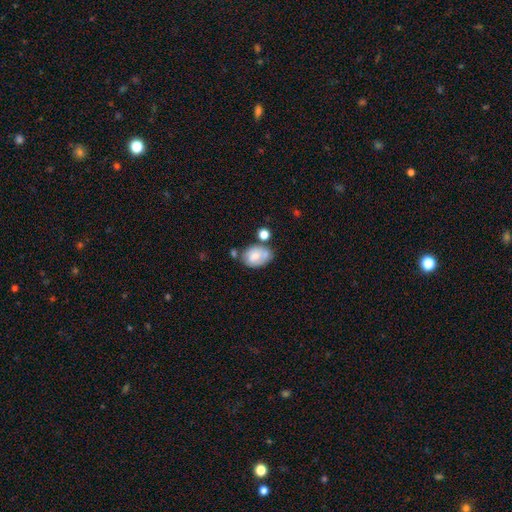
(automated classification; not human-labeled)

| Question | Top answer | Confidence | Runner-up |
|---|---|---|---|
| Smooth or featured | smooth | 67% | featured or disk (24%) |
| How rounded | in between | 78% | round (21%) |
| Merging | none | 43% | minor disturbance (25%) |